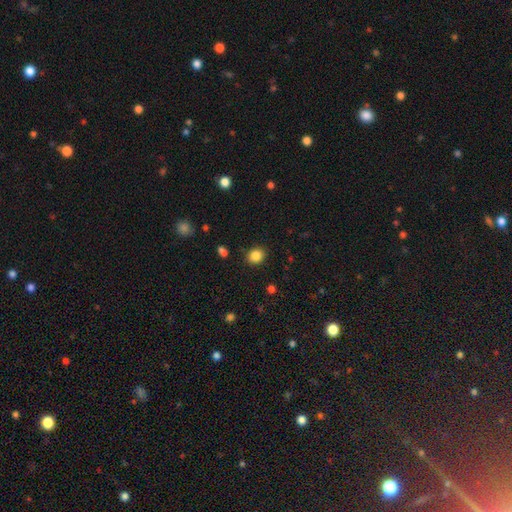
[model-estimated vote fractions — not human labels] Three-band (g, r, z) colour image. It shows a smooth galaxy with no disk features (85%) that is round (70%). Merging: none (88%).